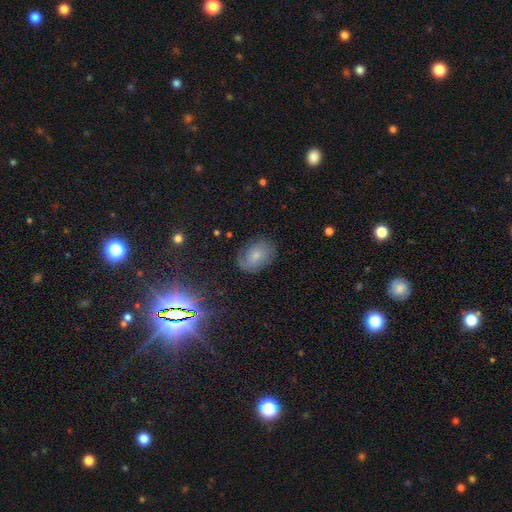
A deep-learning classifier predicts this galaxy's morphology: This appears to be a smooth galaxy with no disk features (50%) that is in between round and cigar-shaped (82%). Merging: none (72%).